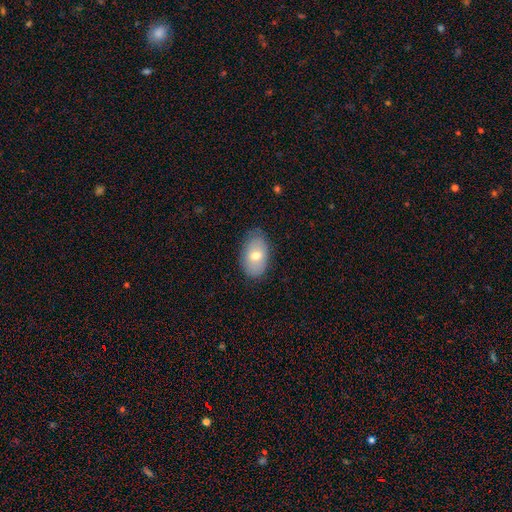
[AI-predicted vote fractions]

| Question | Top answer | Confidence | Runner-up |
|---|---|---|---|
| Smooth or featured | smooth | 69% | featured or disk (24%) |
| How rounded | in between | 91% | round (8%) |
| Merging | none | 79% | minor disturbance (17%) |